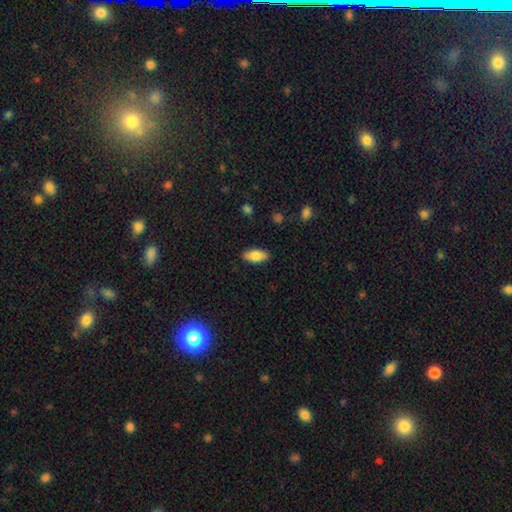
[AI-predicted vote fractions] Smooth or featured? smooth (81%)
How rounded? in between (86%)
Merging? none (88%)